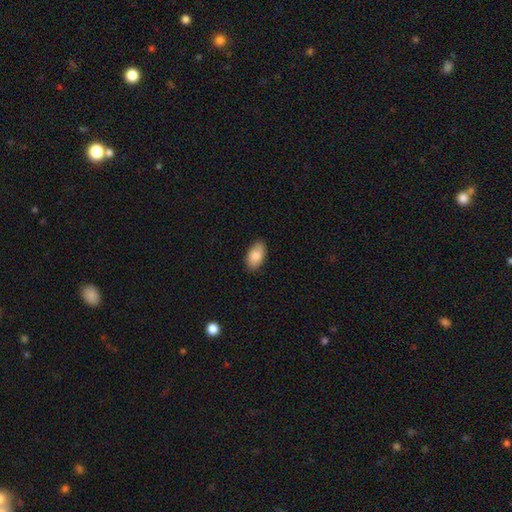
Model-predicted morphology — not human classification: This is clearly a smooth galaxy (84%). How rounded: clearly in between (94%). Merging: clearly none (84%).